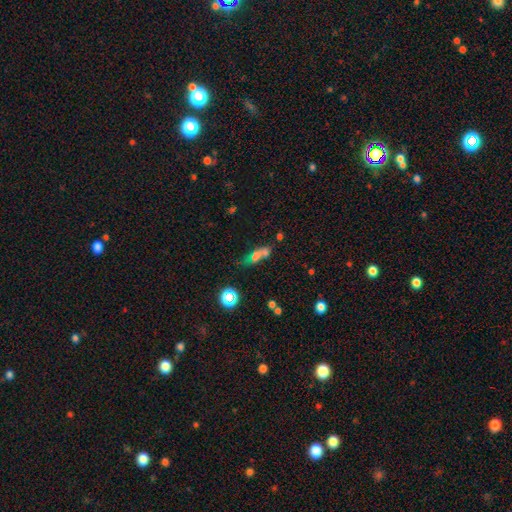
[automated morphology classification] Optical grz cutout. It shows a smooth galaxy with no disk features (56%) that is in between round and cigar-shaped (56%). Merging: merger (37%).